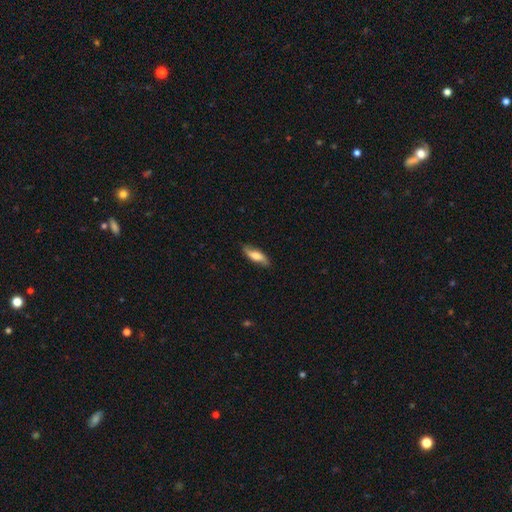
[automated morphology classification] Smooth or featured? Predicted: smooth (p=0.61). How rounded? Predicted: in between (p=0.58). Merging? Predicted: none (p=0.82).